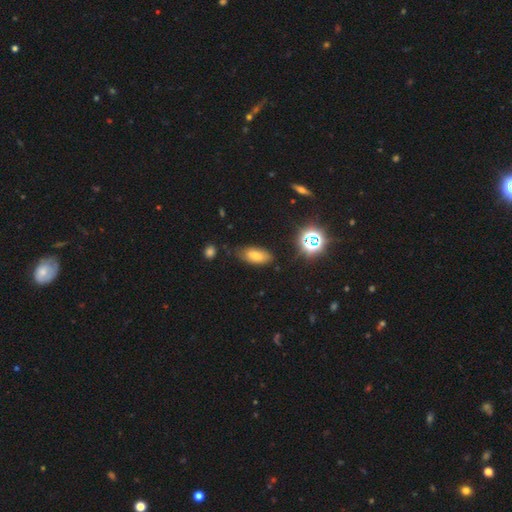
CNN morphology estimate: Smooth or featured?
  - smooth: 70% *
  - star or artifact: 16%
  - featured or disk: 15%
How rounded?
  - in between: 87% *
  - cigar-shaped: 9%
  - round: 4%
Merging?
  - none: 68% *
  - minor disturbance: 23%
  - major disturbance: 6%
  - merger: 2%